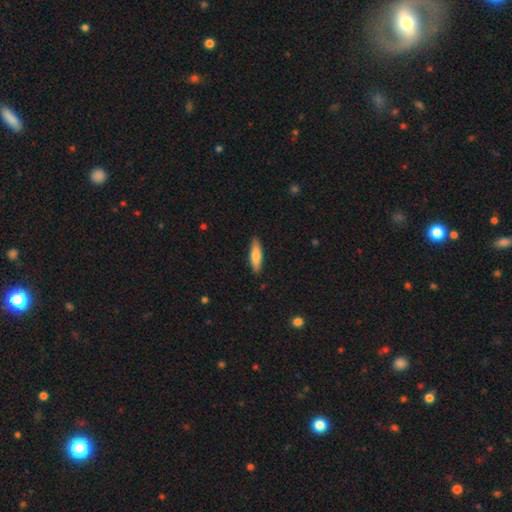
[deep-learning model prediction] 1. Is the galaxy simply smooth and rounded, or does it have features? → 72% smooth, 23% featured or disk, 6% star or artifact.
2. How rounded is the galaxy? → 64% cigar-shaped, 35% in between, 2% round.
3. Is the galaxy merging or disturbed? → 87% none, 10% minor disturbance, 2% major disturbance, 1% merger.